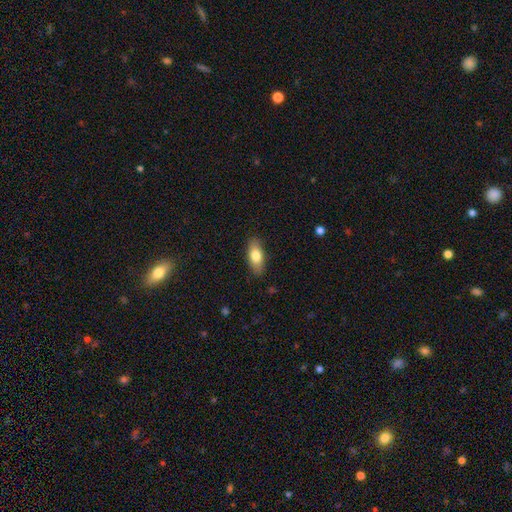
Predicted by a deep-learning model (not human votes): smooth 77%, featured or disk 16%, star or artifact 6%. Down the decision tree: how rounded — in between (82%); merging — none (87%).